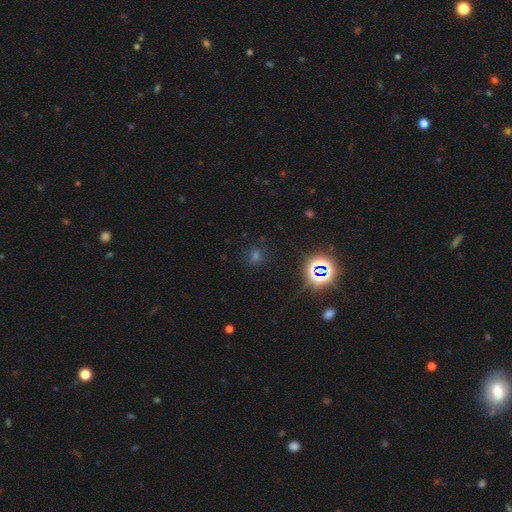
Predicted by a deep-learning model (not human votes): Overall: star or artifact (47%; smooth 45%).